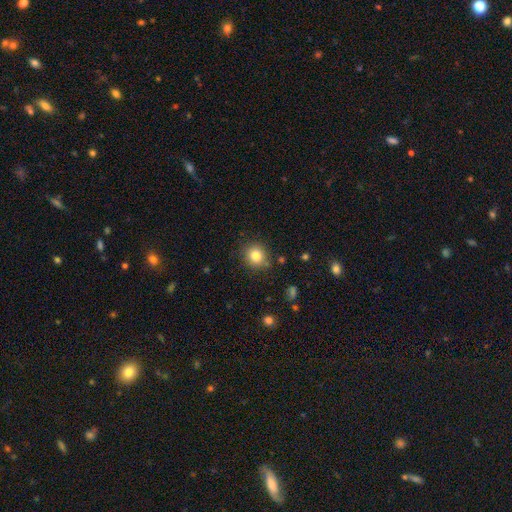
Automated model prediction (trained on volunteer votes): This is clearly a smooth galaxy (82%). How rounded: clearly round (83%). Merging: clearly none (82%).